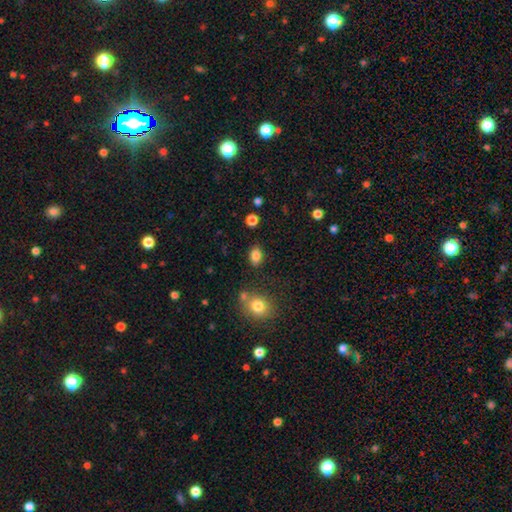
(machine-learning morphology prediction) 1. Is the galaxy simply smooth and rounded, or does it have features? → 85% smooth, 10% star or artifact, 5% featured or disk.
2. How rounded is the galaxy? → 82% in between, 17% round, 2% cigar-shaped.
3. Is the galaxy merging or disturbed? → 82% none, 11% minor disturbance, 4% merger, 3% major disturbance.